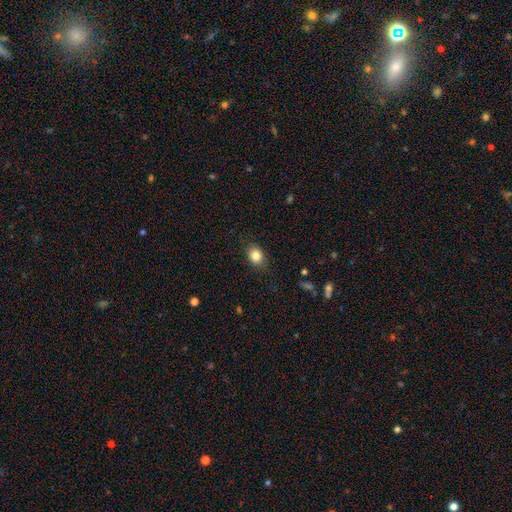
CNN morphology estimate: Smooth or featured? smooth (85%)
How rounded? in between (58%)
Merging? none (83%)